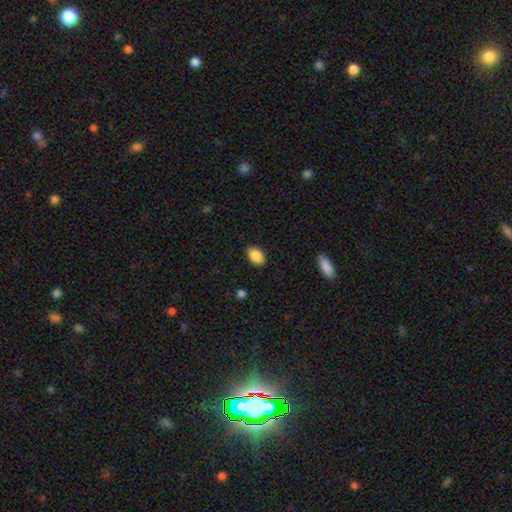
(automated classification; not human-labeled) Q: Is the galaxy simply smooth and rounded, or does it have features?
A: smooth — 88%.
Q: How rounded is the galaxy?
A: in between — 89%.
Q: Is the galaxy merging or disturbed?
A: none — 85%.